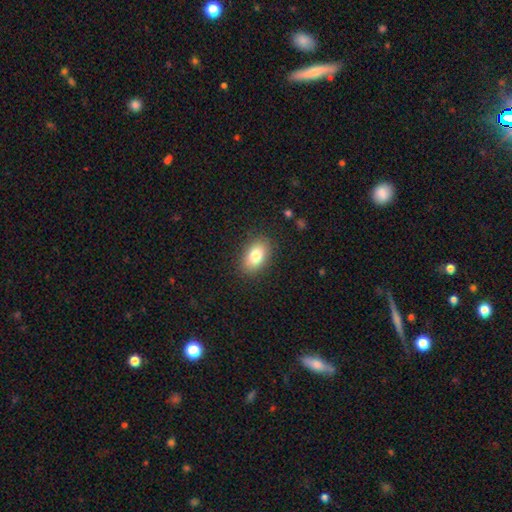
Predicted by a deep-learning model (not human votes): A smooth galaxy with no disk features (81%) that is in between round and cigar-shaped (88%). Merging: none (87%).